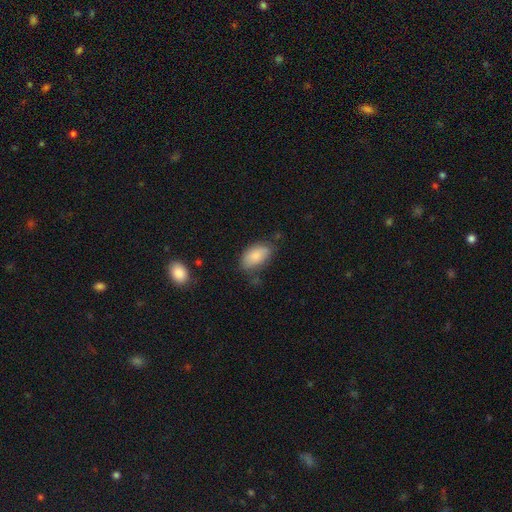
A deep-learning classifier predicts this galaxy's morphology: Smooth or featured?
  - smooth: 84% *
  - featured or disk: 9%
  - star or artifact: 7%
How rounded?
  - in between: 94% *
  - round: 4%
  - cigar-shaped: 2%
Merging?
  - none: 65% *
  - minor disturbance: 25%
  - major disturbance: 6%
  - merger: 3%